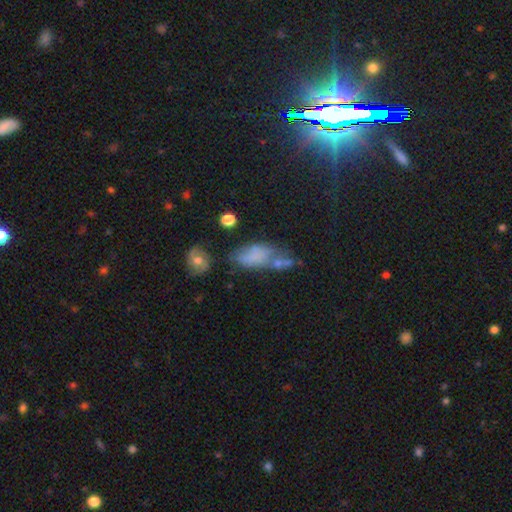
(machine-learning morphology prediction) Smooth or featured: smooth — 59% (featured or disk — 27%)
How rounded: in between — 85% (cigar-shaped — 10%)
Merging: none — 34% (minor disturbance — 26%)